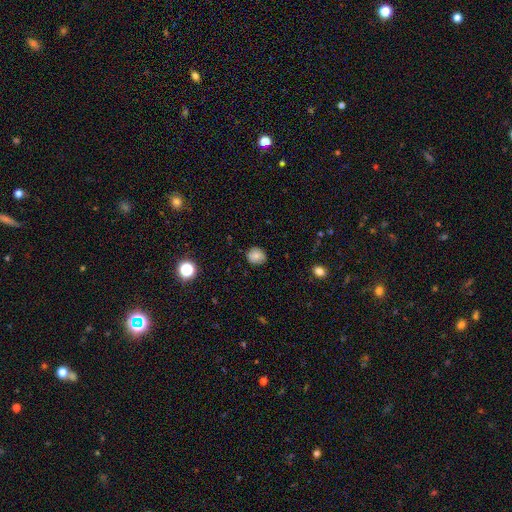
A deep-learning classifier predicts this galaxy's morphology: smooth 78%, star or artifact 11%, featured or disk 11%. Down the decision tree: how rounded — round (83%); merging — none (80%).